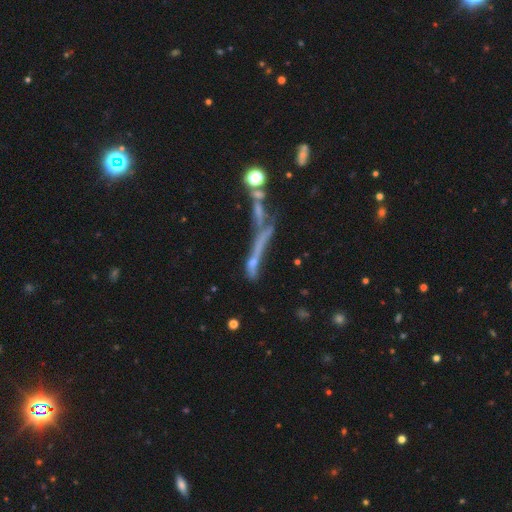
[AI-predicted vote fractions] This appears to be a featured or disk galaxy (45%). Merging: none (33%).